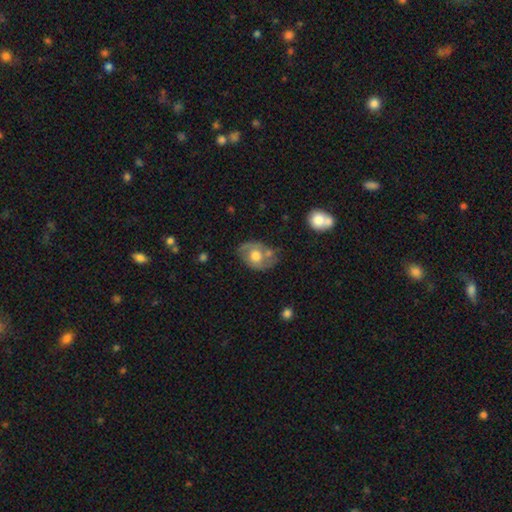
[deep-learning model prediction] Smooth or featured? Predicted: featured or disk (p=0.51). Edge-on disk? Predicted: no (p=0.94). Merging? Predicted: none (p=0.60).